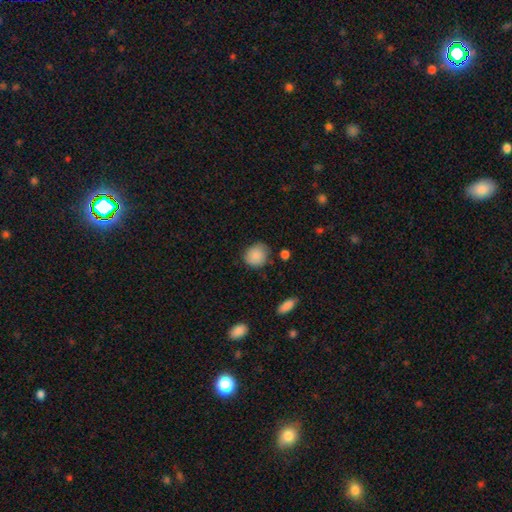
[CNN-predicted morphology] smooth_or_featured: smooth (p=0.86) [alt: star or artifact p=0.08]
how_rounded: round (p=0.80) [alt: in between p=0.19]
merging: none (p=0.73) [alt: minor disturbance p=0.20]